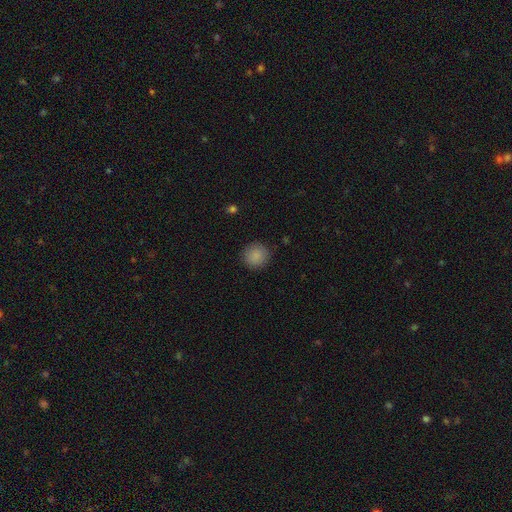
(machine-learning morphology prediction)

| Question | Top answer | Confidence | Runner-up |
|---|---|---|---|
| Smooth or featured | smooth | 87% | star or artifact (9%) |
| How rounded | round | 92% | in between (7%) |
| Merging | none | 89% | minor disturbance (7%) |